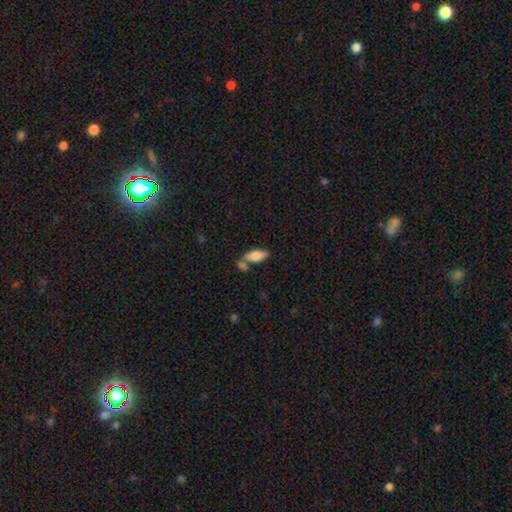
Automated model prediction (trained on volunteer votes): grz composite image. It shows a smooth galaxy with no disk features (73%) that is in between round and cigar-shaped (72%). Merging: none (55%).